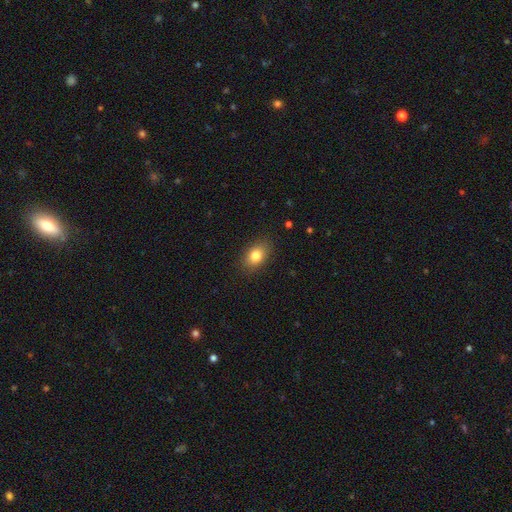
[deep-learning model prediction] smooth-or-featured: smooth: 82% | star or artifact: 9% | featured or disk: 9%
  how-rounded: in between: 77% | round: 21% | cigar-shaped: 2%
  merging: none: 86% | minor disturbance: 10% | major disturbance: 3% | merger: 1%